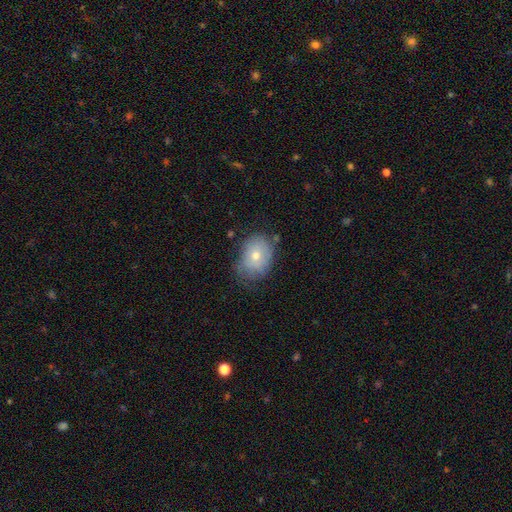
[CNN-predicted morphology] Smooth or featured: smooth — 65% (featured or disk — 25%)
How rounded: in between — 58% (round — 41%)
Merging: none — 59% (minor disturbance — 30%)